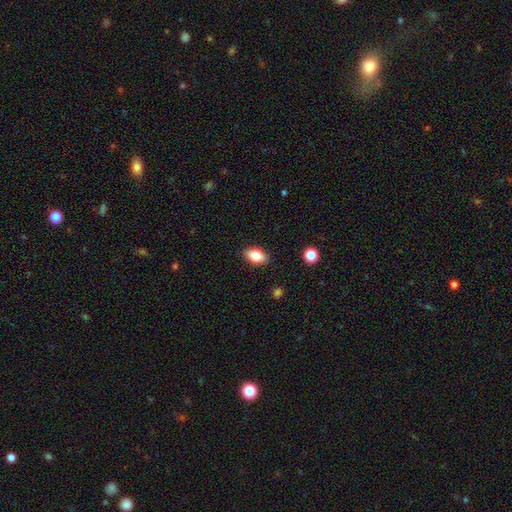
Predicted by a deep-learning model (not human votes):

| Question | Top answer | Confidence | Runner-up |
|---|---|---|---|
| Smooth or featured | smooth | 78% | featured or disk (14%) |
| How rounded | in between | 87% | round (9%) |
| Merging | none | 87% | minor disturbance (9%) |